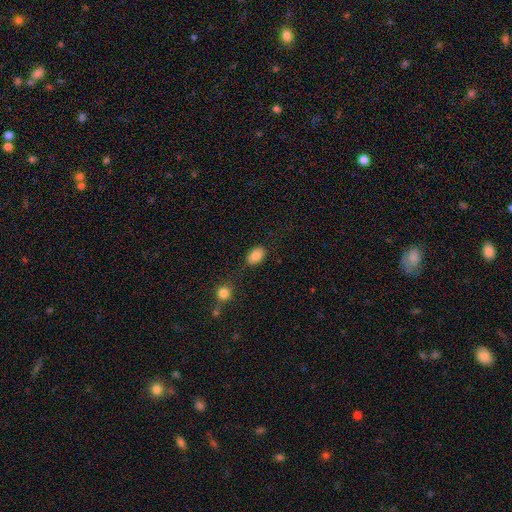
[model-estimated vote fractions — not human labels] A smooth galaxy with no disk features (86%) that is in between round and cigar-shaped (86%).

Vote fractions:
- Smooth or featured? smooth: 86% / star or artifact: 8% / featured or disk: 6%
- How rounded? in between: 86% / round: 13% / cigar-shaped: 1%
- Merging? none: 76% / minor disturbance: 14% / merger: 6% / major disturbance: 4%